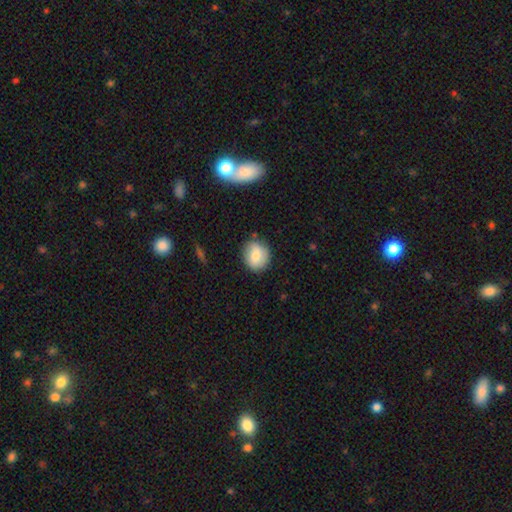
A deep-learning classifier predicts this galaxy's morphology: Q: Smooth or featured?
A: smooth (74%); runner-up: featured or disk (18%)
Q: How rounded?
A: round (75%); runner-up: in between (24%)
Q: Merging?
A: none (79%); runner-up: minor disturbance (16%)